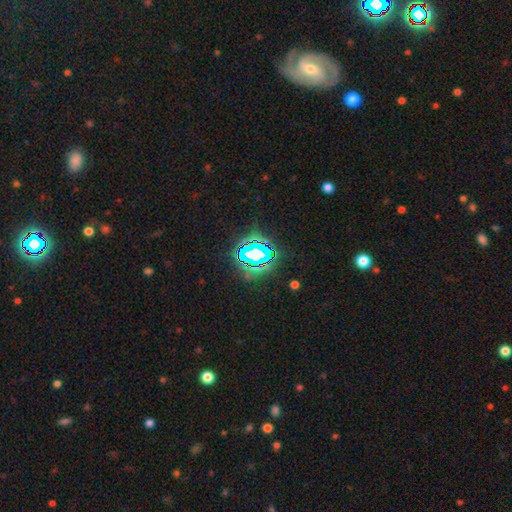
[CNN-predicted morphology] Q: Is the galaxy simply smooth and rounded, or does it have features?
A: star or artifact — 79%.